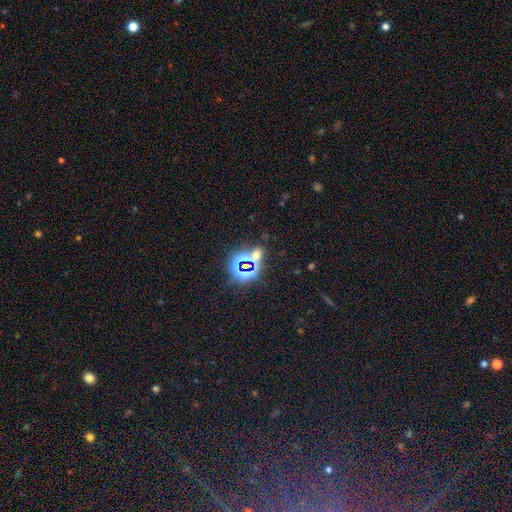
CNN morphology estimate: A star or artifact, not a galaxy (62%).